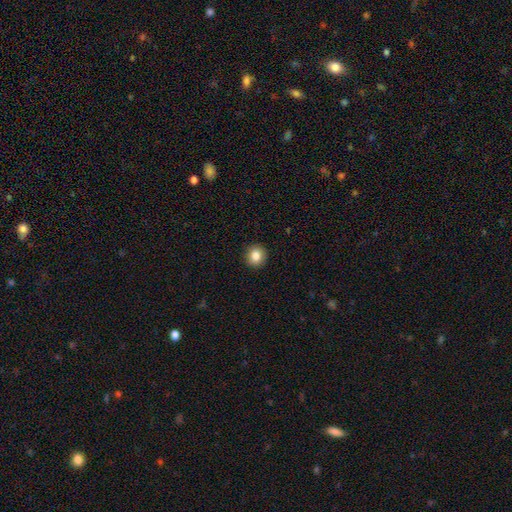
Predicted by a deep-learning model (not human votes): A smooth galaxy with no disk features (84%) that is round (86%). Merging: none (92%).